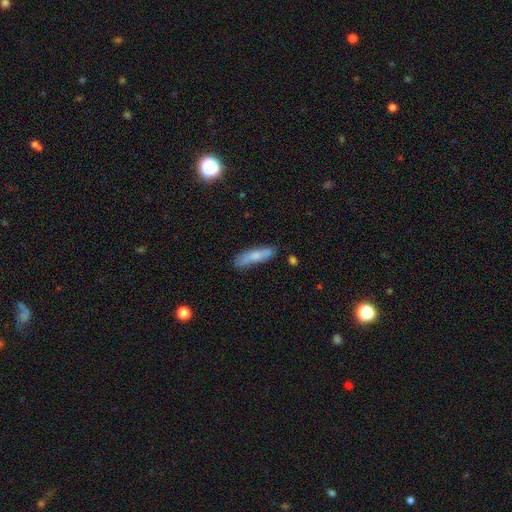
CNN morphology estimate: This appears to be a smooth galaxy with no disk features (68%) that is cigar-shaped (77%). Merging: none (76%).